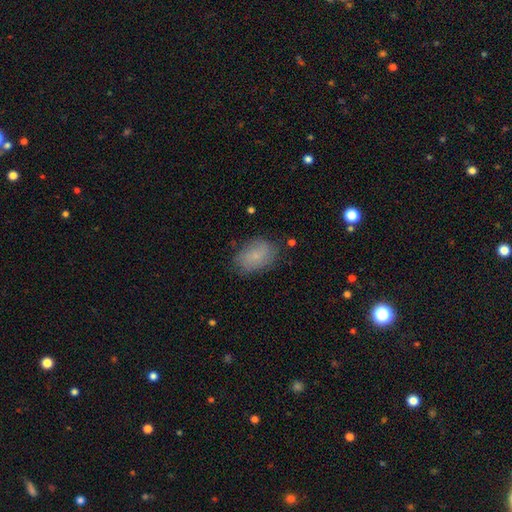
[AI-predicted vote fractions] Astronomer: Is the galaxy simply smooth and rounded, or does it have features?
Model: smooth — 72%.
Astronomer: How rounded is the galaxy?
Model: in between — 85%.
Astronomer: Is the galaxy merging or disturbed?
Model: none — 75%.